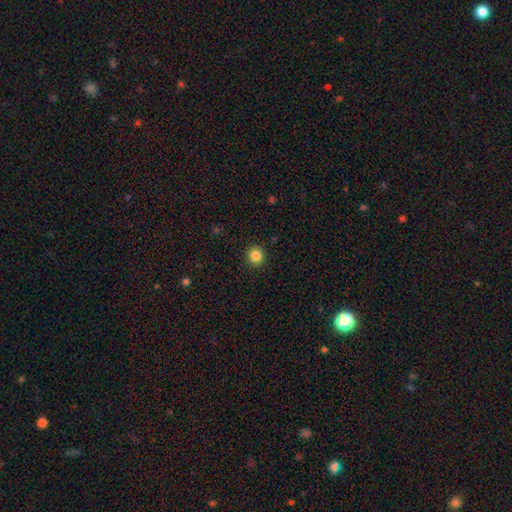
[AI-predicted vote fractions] This appears to be a smooth galaxy with no disk features (85%) that is round (91%). Merging: none (92%).